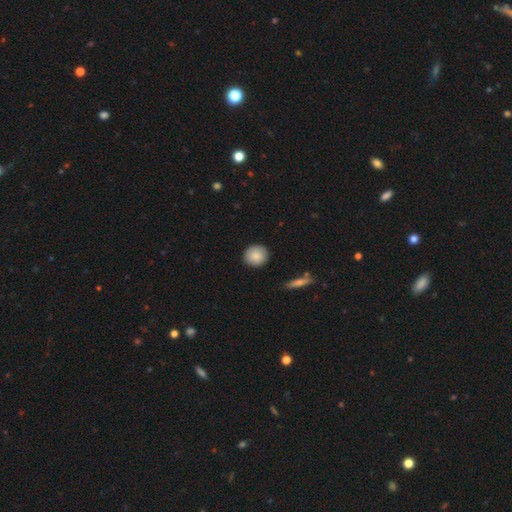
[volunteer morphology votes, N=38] Overall: smooth (89%). How rounded: round (88%). Merging: none (97%).